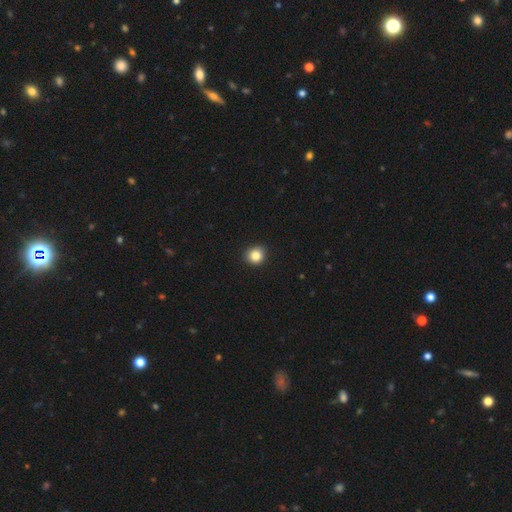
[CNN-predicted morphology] This appears to be a smooth galaxy with no disk features (84%) that is round (87%). Merging: none (92%).